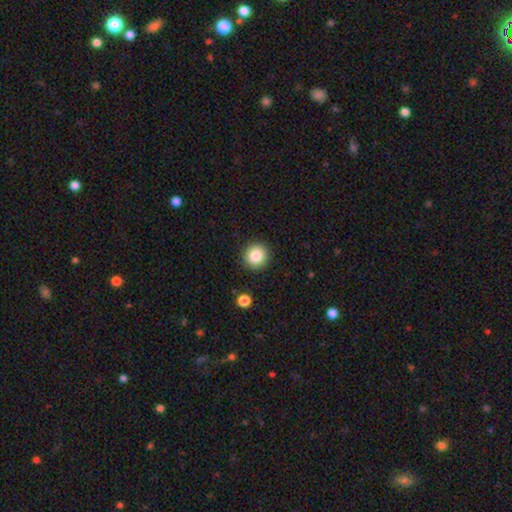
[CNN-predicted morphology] type=smooth (85%); roundness=round (94%); merging=none (91%).